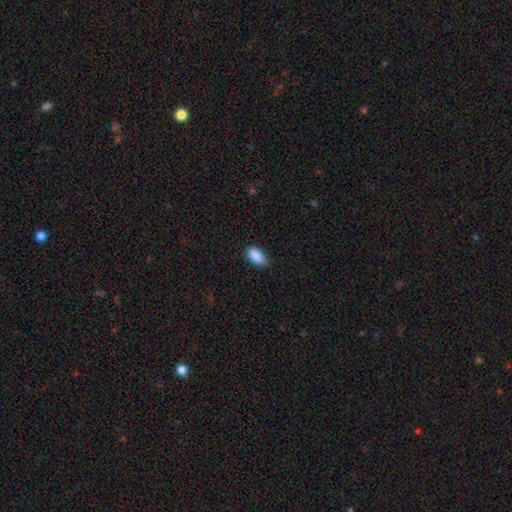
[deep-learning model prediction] This is clearly a smooth galaxy (89%). How rounded: clearly in between (93%). Merging: likely none (75%).